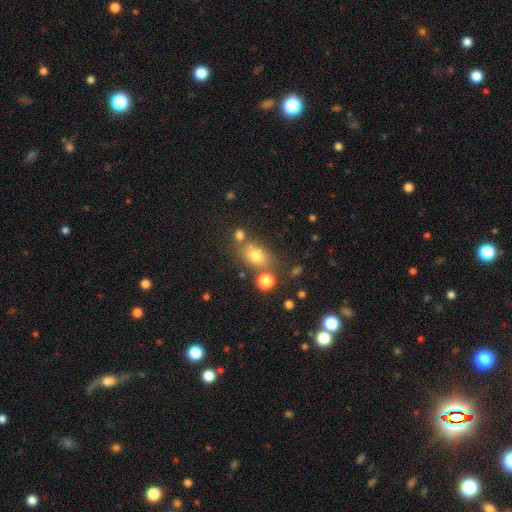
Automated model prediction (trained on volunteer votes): Morphology: type=smooth (72%); roundness=in between (68%); merging=none (65%).